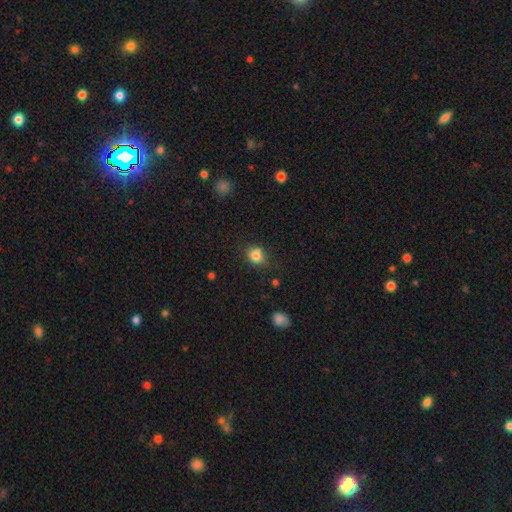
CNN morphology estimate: Overall: smooth (81%). How rounded: round (66%; in between 33%). Merging: none (71%).